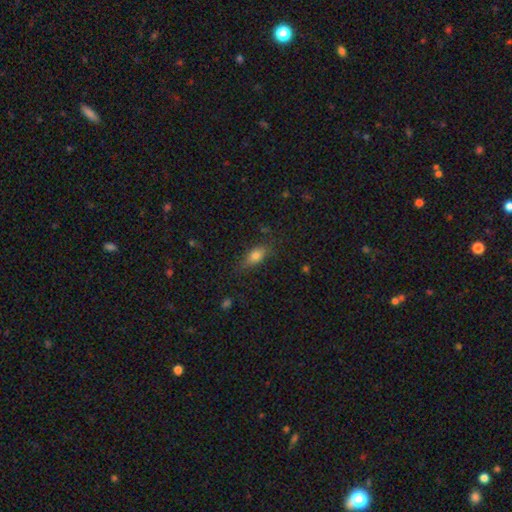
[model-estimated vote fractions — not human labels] Smooth or featured? Predicted: smooth (p=0.75). How rounded? Predicted: in between (p=0.77). Merging? Predicted: none (p=0.76).